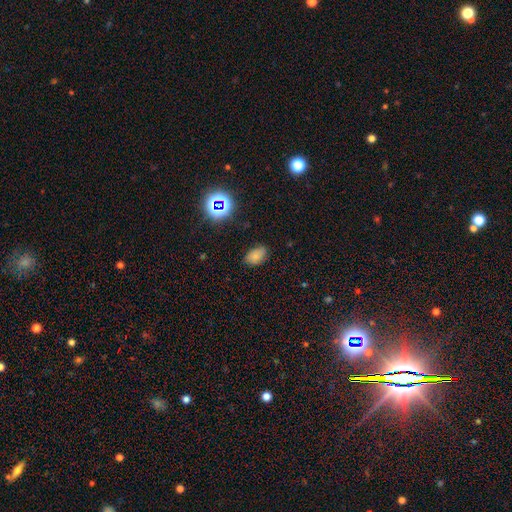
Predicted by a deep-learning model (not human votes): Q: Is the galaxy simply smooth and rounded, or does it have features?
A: smooth — 73%.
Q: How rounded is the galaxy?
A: in between — 89%.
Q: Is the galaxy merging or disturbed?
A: none — 77%.